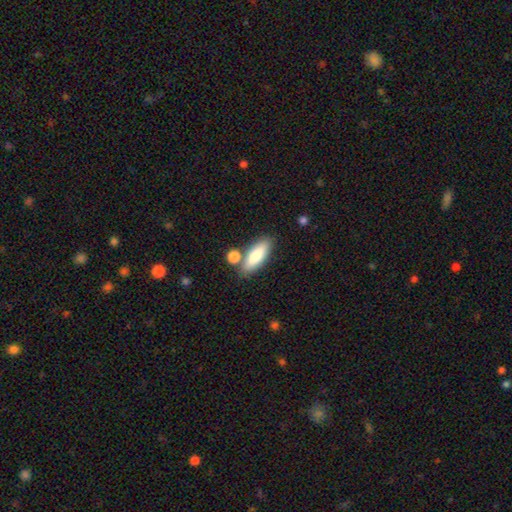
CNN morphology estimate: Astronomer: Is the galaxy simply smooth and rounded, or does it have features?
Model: smooth — 77%.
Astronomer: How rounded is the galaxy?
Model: in between — 61%.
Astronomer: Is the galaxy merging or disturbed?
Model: none — 71%.